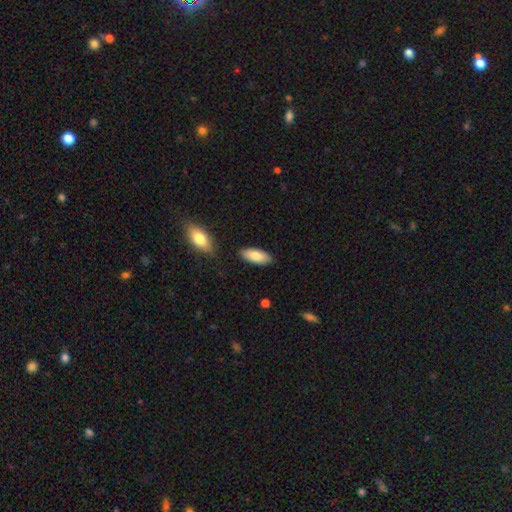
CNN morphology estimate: Smooth or featured? Predicted: smooth (p=0.84). How rounded? Predicted: in between (p=0.84). Merging? Predicted: none (p=0.85).